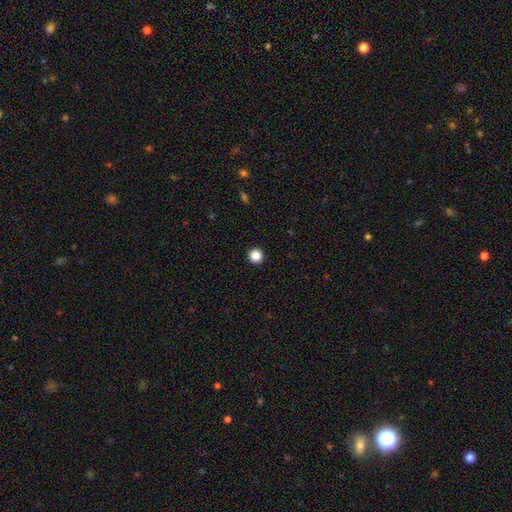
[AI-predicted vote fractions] A smooth galaxy with no disk features (87%) that is round (96%).

Vote fractions:
- Smooth or featured? smooth: 87% / star or artifact: 11% / featured or disk: 3%
- How rounded? round: 96% / in between: 3% / cigar-shaped: 1%
- Merging? none: 94% / minor disturbance: 4% / major disturbance: 1% / merger: 1%